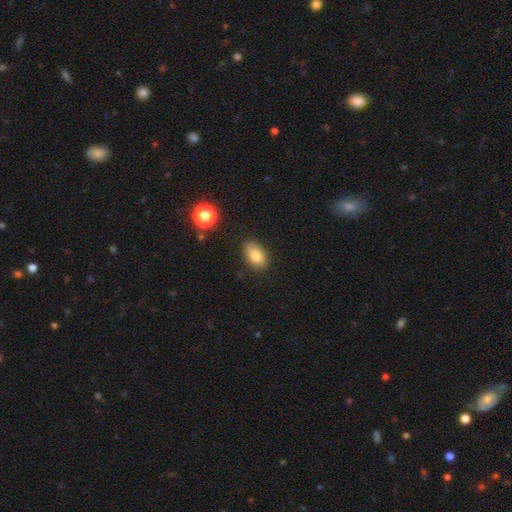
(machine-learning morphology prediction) type=smooth (82%); roundness=in between (87%); merging=none (82%).